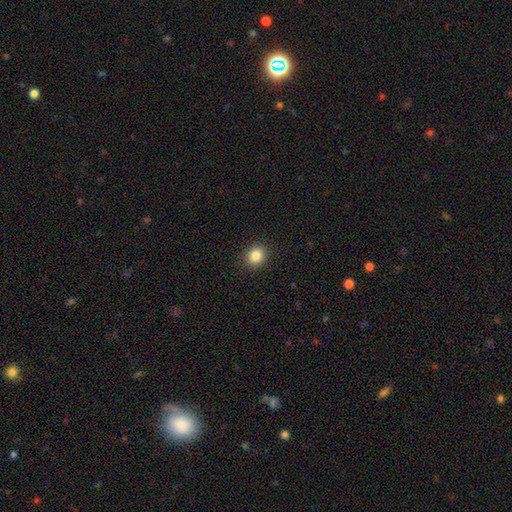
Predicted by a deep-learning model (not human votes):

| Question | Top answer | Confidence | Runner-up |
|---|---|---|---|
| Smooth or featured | smooth | 85% | star or artifact (10%) |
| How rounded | round | 75% | in between (24%) |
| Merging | none | 91% | minor disturbance (6%) |